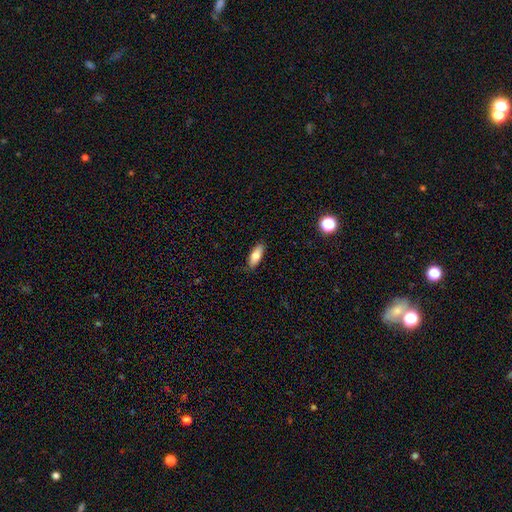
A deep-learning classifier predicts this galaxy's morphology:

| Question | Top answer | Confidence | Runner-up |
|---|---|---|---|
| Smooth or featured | smooth | 76% | featured or disk (17%) |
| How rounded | in between | 73% | cigar-shaped (24%) |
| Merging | none | 86% | minor disturbance (11%) |